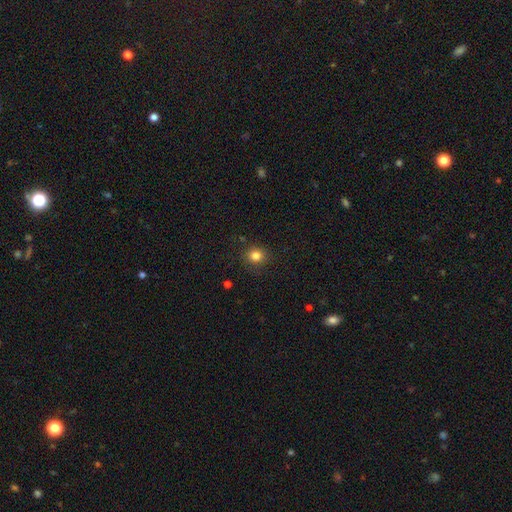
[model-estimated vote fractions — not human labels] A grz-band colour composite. It shows a smooth galaxy with no disk features (83%) that is round (87%). Merging: none (87%).